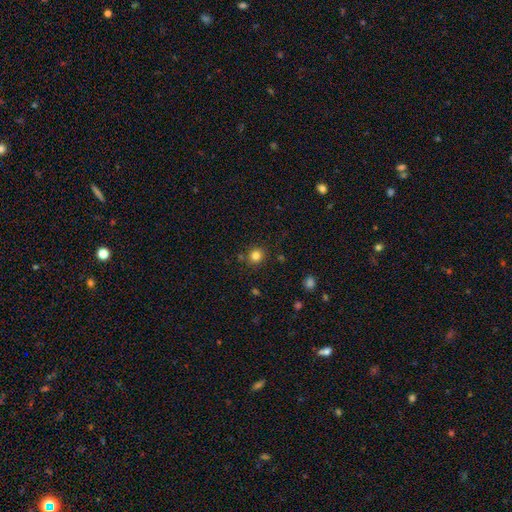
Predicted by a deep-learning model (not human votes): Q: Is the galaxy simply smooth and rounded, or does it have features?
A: smooth — 82%.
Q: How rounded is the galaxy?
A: round — 88%.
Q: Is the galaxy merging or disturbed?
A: none — 85%.